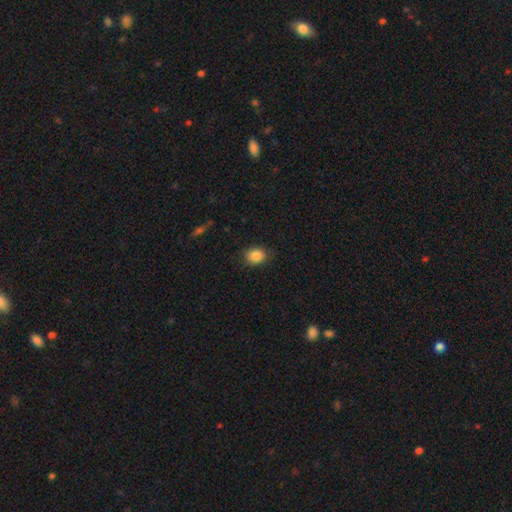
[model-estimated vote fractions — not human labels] Smooth or featured? Predicted: smooth (p=0.87). How rounded? Predicted: round (p=0.50). Merging? Predicted: none (p=0.84).